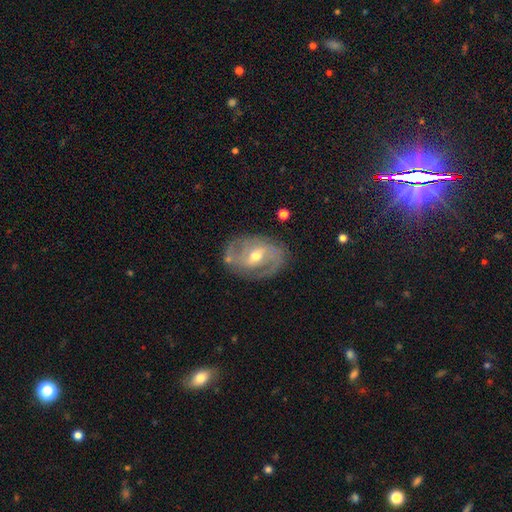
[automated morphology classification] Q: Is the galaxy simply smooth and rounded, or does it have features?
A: featured or disk — 84%.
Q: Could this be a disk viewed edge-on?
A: no — 96%.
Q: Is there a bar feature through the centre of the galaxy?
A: weak — 53%.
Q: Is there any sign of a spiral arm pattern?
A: yes — 92%.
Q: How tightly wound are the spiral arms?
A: medium — 47%.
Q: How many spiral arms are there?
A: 2 — 71%.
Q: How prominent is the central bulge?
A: moderate — 66%.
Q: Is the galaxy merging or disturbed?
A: none — 75%.